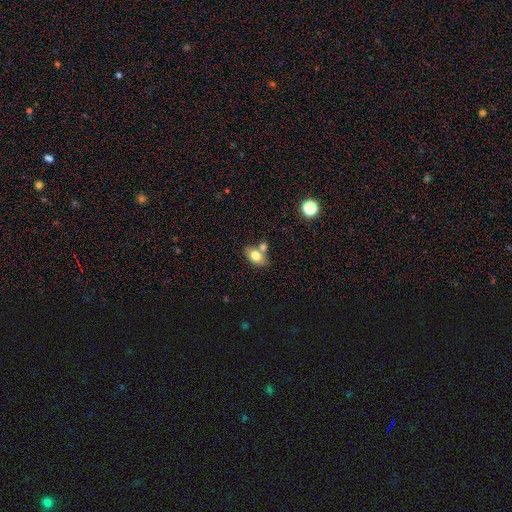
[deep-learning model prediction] Smooth or featured?
  - smooth: 76% *
  - featured or disk: 15%
  - star or artifact: 9%
How rounded?
  - in between: 84% *
  - round: 14%
  - cigar-shaped: 2%
Merging?
  - none: 53% *
  - merger: 30%
  - minor disturbance: 13%
  - major disturbance: 4%